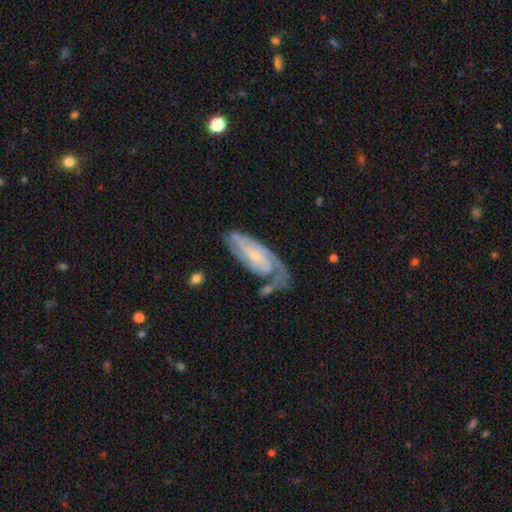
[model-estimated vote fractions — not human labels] Smooth or featured: featured or disk — 79% (smooth — 16%)
Edge-on disk: no — 92% (yes — 8%)
Bar: no — 63% (weak — 29%)
Spiral arms: yes — 92% (no — 8%)
Spiral winding: tight — 54% (medium — 34%)
Spiral arm count: 2 — 45% (can't tell — 24%)
Bulge size: small — 69% (moderate — 26%)
Merging: none — 46% (minor disturbance — 25%)